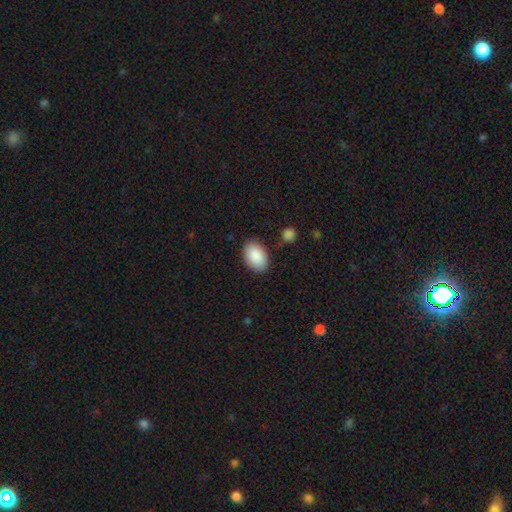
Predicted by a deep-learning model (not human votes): This appears to be a smooth galaxy with no disk features (89%) that is in between round and cigar-shaped (92%). Merging: none (85%).